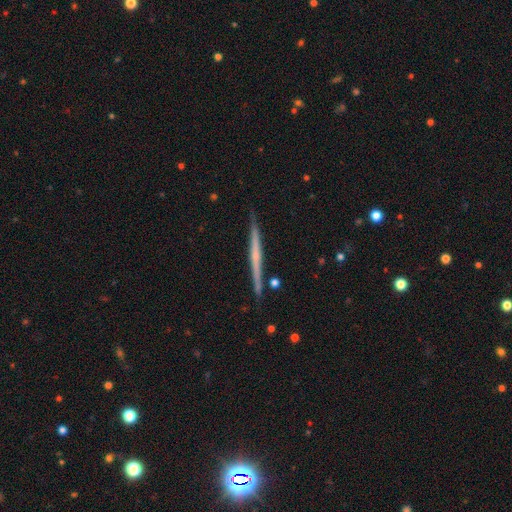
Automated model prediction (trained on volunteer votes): A featured or disk galaxy (63%) viewed edge-on (98%) with no central bulge (71%).

Vote fractions:
- Smooth or featured? featured or disk: 63% / smooth: 31% / star or artifact: 6%
- Edge-on disk? yes: 98% / no: 2%
- Edge-on bulge? none: 71% / rounded: 23% / boxy: 6%
- Merging? none: 89% / minor disturbance: 7% / merger: 2% / major disturbance: 1%